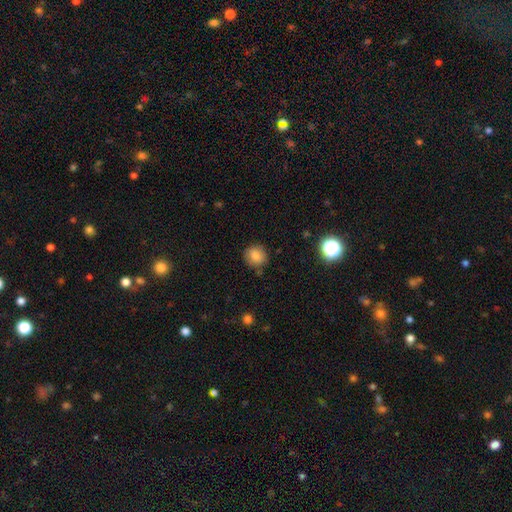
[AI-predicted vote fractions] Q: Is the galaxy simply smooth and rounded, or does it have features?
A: smooth — 83%.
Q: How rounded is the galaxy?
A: round — 85%.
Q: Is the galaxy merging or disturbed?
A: none — 85%.